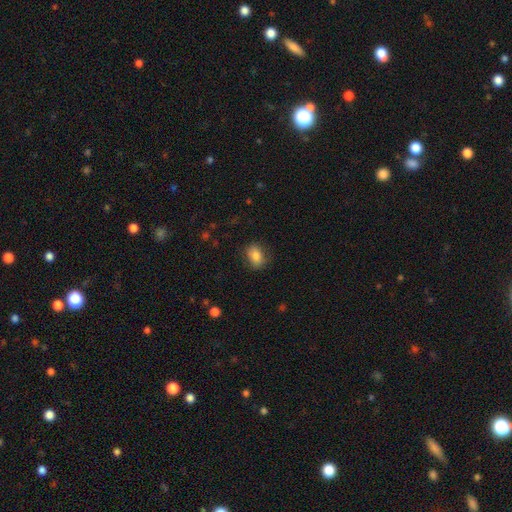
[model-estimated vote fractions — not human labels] smooth-or-featured: smooth: 81% | featured or disk: 10% | star or artifact: 9%
  how-rounded: in between: 72% | round: 27% | cigar-shaped: 1%
  merging: none: 81% | minor disturbance: 14% | major disturbance: 4% | merger: 1%